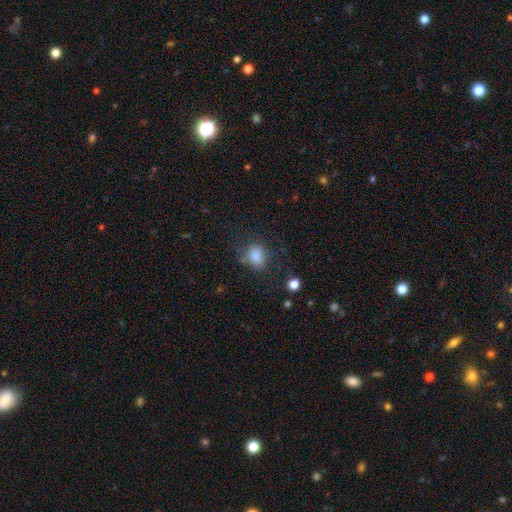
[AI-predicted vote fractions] smooth_or_featured: smooth (p=0.81) [alt: star or artifact p=0.11]
how_rounded: in between (p=0.50) [alt: round p=0.48]
merging: none (p=0.60) [alt: minor disturbance p=0.23]